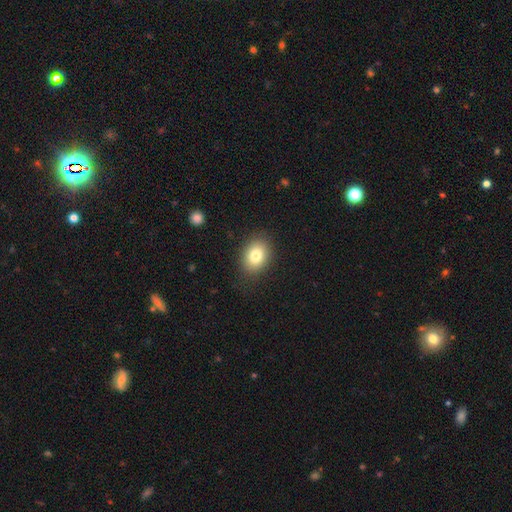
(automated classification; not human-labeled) The model was most divided on "how rounded": in between: 64%, round: 35%, cigar-shaped: 1%. More confident: merging — none (86%); smooth or featured — smooth (81%).